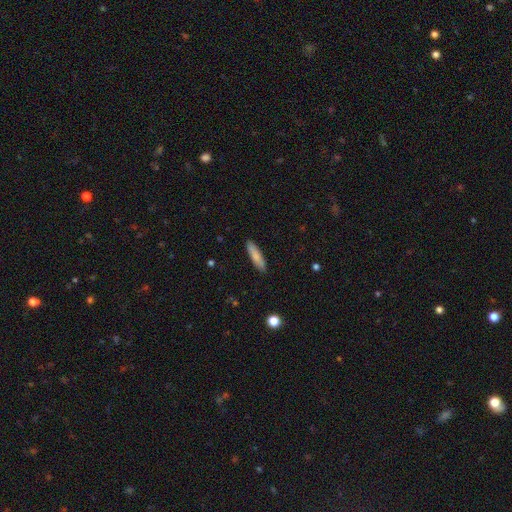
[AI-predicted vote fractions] Q: Smooth or featured?
A: smooth (79%); runner-up: featured or disk (15%)
Q: How rounded?
A: cigar-shaped (74%); runner-up: in between (24%)
Q: Merging?
A: none (89%); runner-up: minor disturbance (8%)